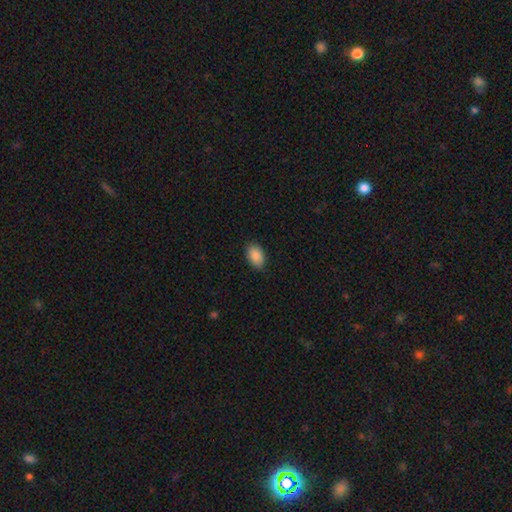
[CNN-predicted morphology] type=smooth (90%); roundness=in between (89%); merging=none (86%).